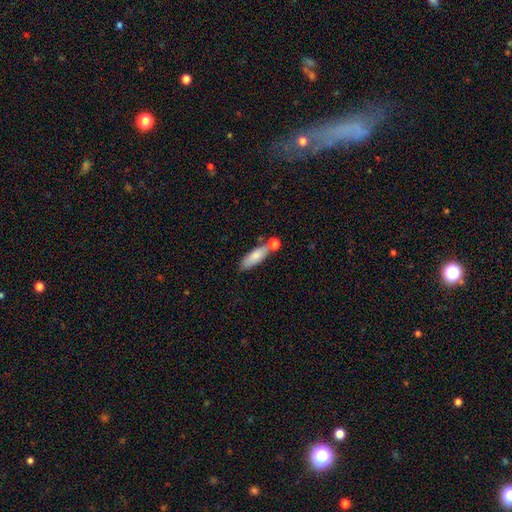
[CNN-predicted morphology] The model was most divided on "how rounded": in between: 54%, cigar-shaped: 43%, round: 3%. More confident: smooth or featured — smooth (76%); merging — none (59%).